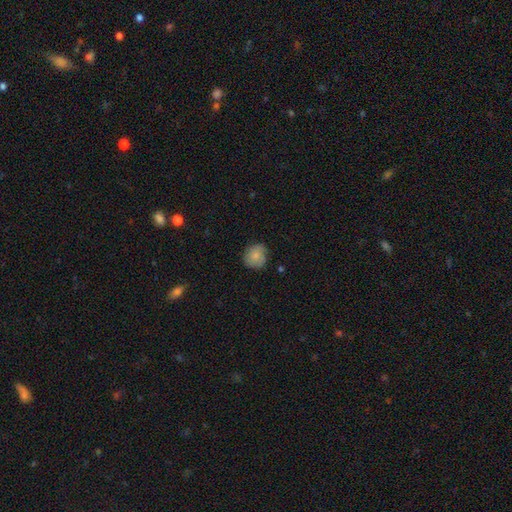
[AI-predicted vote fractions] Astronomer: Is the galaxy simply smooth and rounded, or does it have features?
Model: smooth — 77%.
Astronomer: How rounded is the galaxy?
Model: round — 84%.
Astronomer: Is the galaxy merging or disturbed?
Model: none — 75%.